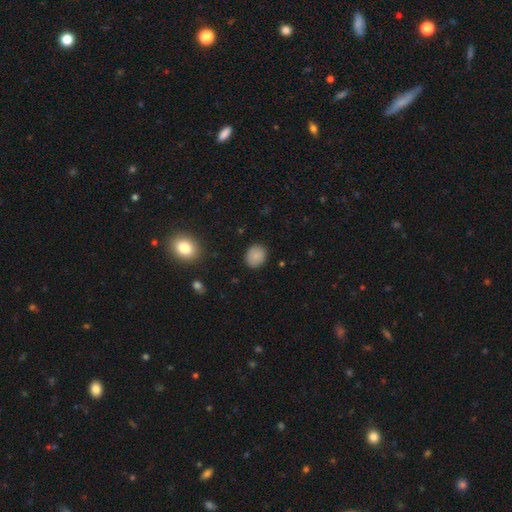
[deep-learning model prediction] This is clearly a smooth galaxy (84%). How rounded: likely round (64%). Merging: clearly none (87%).